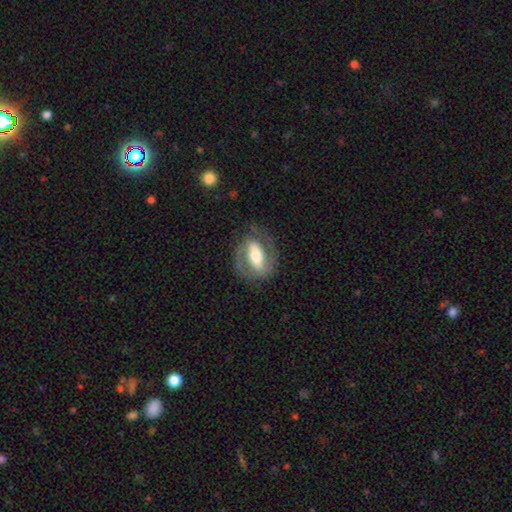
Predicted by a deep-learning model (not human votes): Morphology: type=featured or disk (76%); edge-on=no (93%); bar=strong (58%); spiral arms=yes (80%); winding=medium (47%); arm count=2 (85%); bulge=moderate (62%); merging=none (75%).